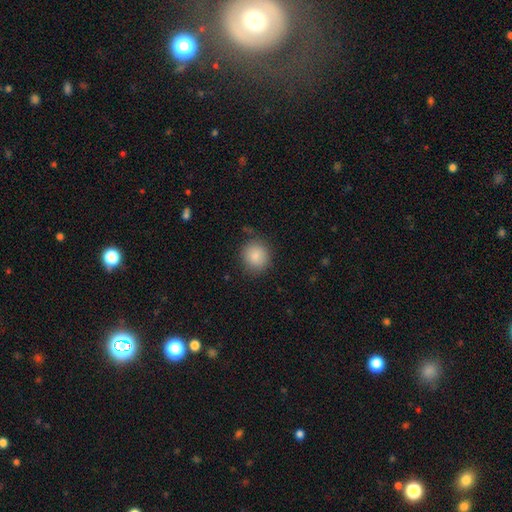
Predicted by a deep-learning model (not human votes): smooth-or-featured: smooth: 86% | star or artifact: 8% | featured or disk: 5%
  how-rounded: round: 88% | in between: 11% | cigar-shaped: 1%
  merging: none: 83% | minor disturbance: 12% | major disturbance: 4% | merger: 2%